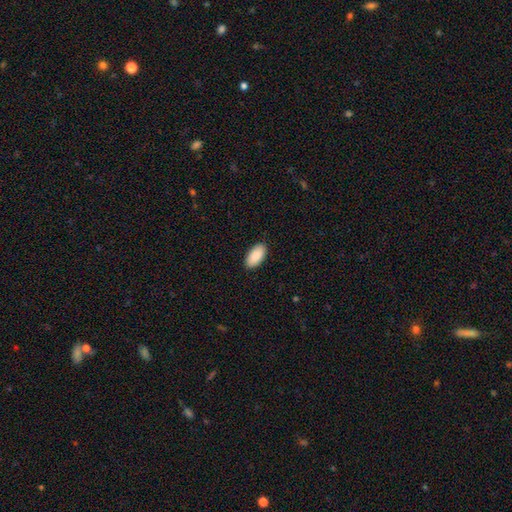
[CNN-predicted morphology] smooth_or_featured: smooth (p=0.91) [alt: star or artifact p=0.06]
how_rounded: in between (p=0.95) [alt: cigar-shaped p=0.03]
merging: none (p=0.90) [alt: minor disturbance p=0.07]